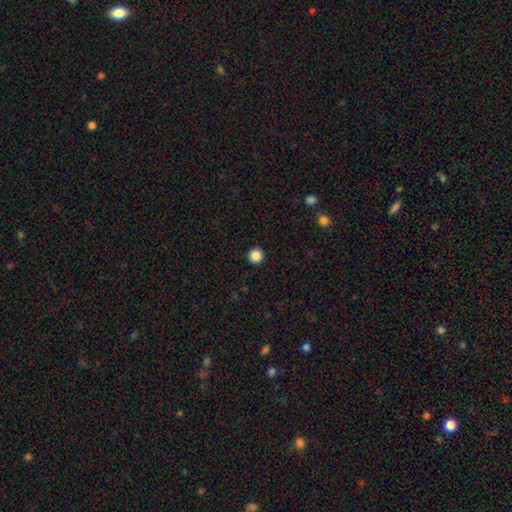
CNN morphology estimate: Smooth or featured? Predicted: smooth (p=0.87). How rounded? Predicted: round (p=0.96). Merging? Predicted: none (p=0.94).